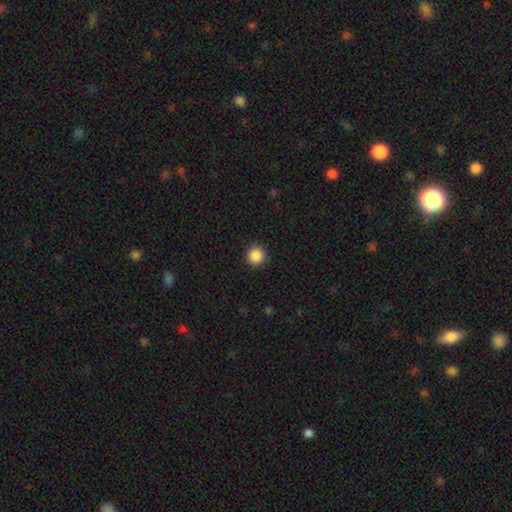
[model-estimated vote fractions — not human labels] Morphology: type=smooth (87%); roundness=round (95%); merging=none (90%).